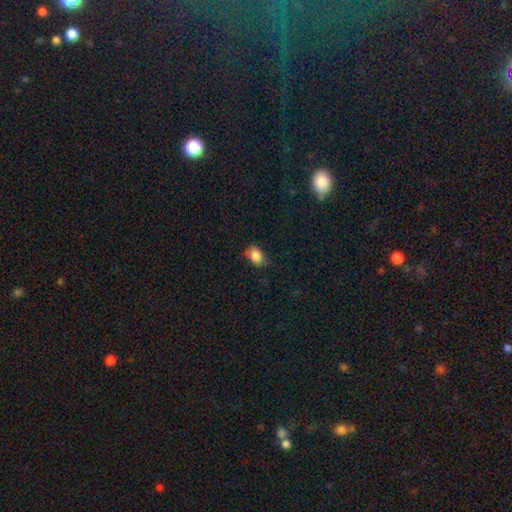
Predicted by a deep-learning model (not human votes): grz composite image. It shows a smooth galaxy with no disk features (85%) that is in between round and cigar-shaped (78%). Merging: none (66%).